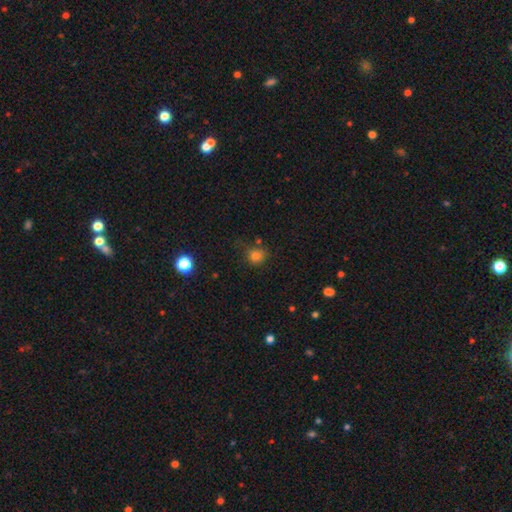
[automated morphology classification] This appears to be a smooth galaxy with no disk features (79%) that is round (81%). Merging: none (64%).